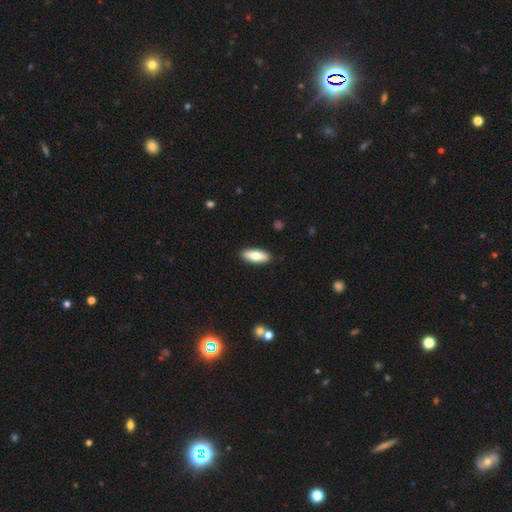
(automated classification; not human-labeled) This is likely a smooth galaxy (71%). How rounded: likely in between (66%). Merging: clearly none (90%).